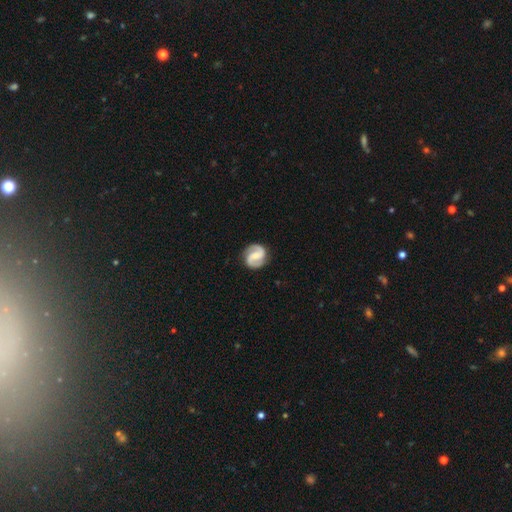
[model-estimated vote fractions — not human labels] Morphology: type=featured or disk (86%); edge-on=no (98%); bar=weak (46%); spiral arms=yes (97%); winding=medium (52%); arm count=2 (93%); bulge=small (36%); merging=none (86%).